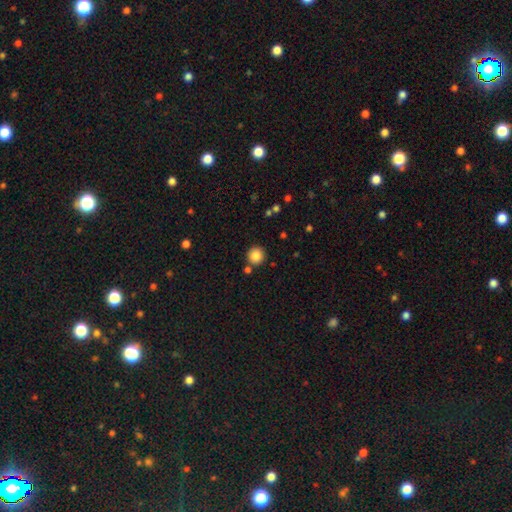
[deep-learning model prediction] Smooth or featured? smooth (85%)
How rounded? round (94%)
Merging? none (85%)